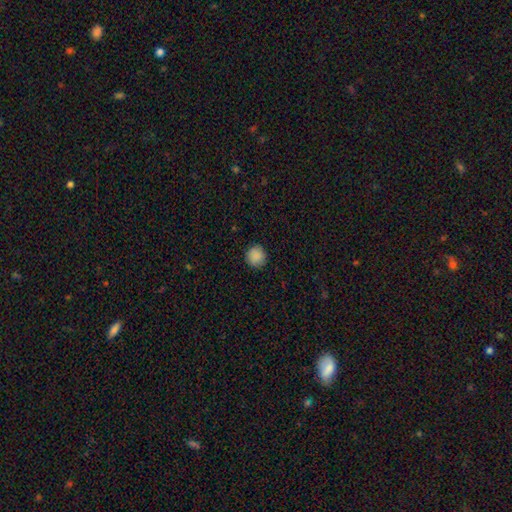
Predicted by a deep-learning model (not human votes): smooth-or-featured: smooth: 89% | star or artifact: 8% | featured or disk: 3%
  how-rounded: round: 93% | in between: 6% | cigar-shaped: 1%
  merging: none: 90% | minor disturbance: 7% | major disturbance: 2% | merger: 1%